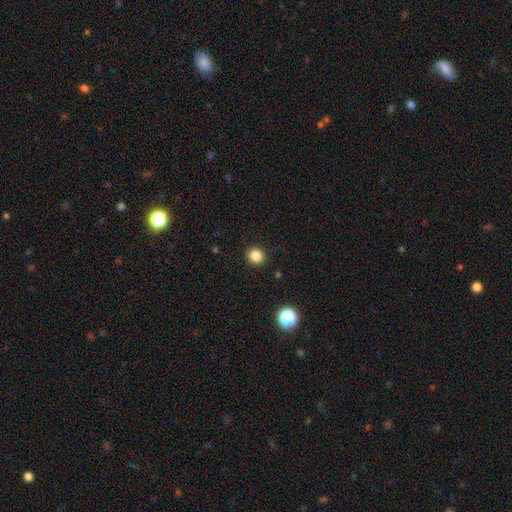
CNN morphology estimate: Q: Smooth or featured?
A: smooth (84%); runner-up: star or artifact (12%)
Q: How rounded?
A: round (91%); runner-up: in between (8%)
Q: Merging?
A: none (92%); runner-up: minor disturbance (5%)